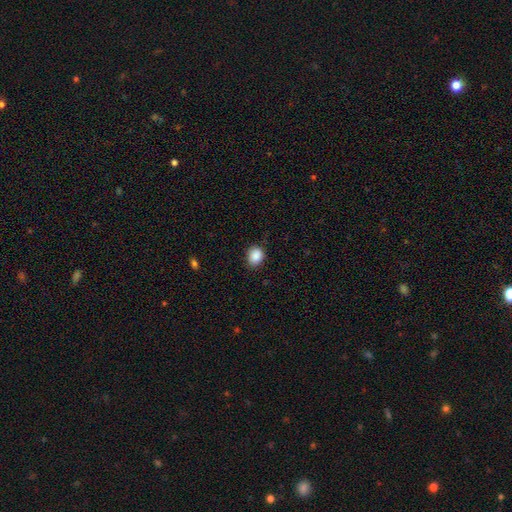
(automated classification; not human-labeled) Smooth or featured?
  - smooth: 88% *
  - star or artifact: 8%
  - featured or disk: 3%
How rounded?
  - round: 52% *
  - in between: 47%
  - cigar-shaped: 1%
Merging?
  - none: 81% *
  - minor disturbance: 15%
  - major disturbance: 3%
  - merger: 1%